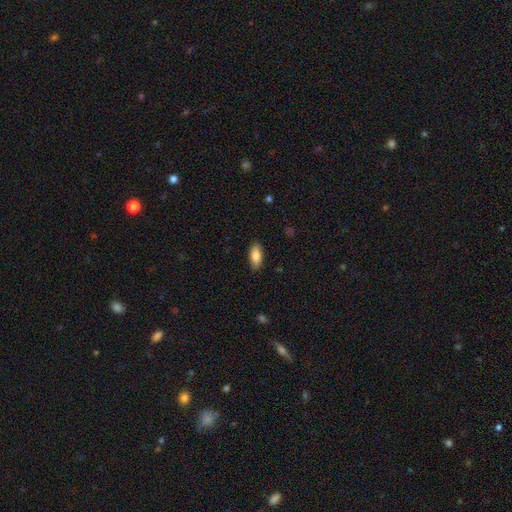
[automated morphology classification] This is clearly a smooth galaxy (84%). How rounded: clearly in between (88%). Merging: clearly none (86%).